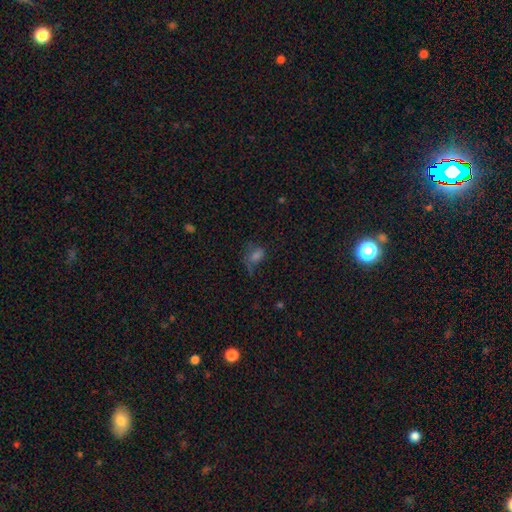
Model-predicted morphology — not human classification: Smooth or featured? smooth (53%)
How rounded? in between (66%)
Merging? none (40%)